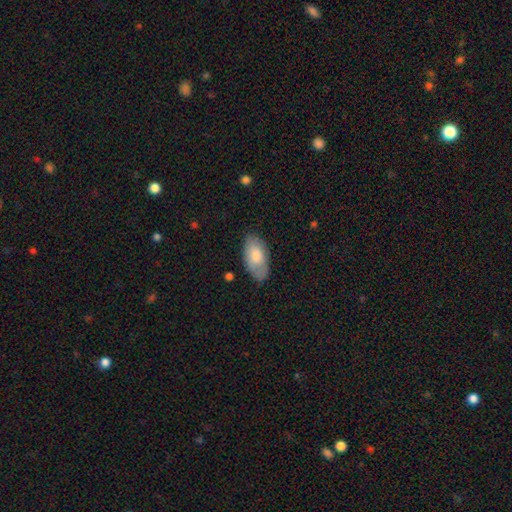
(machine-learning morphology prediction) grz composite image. It shows a smooth galaxy with no disk features (76%) that is in between round and cigar-shaped (94%). Merging: none (76%).